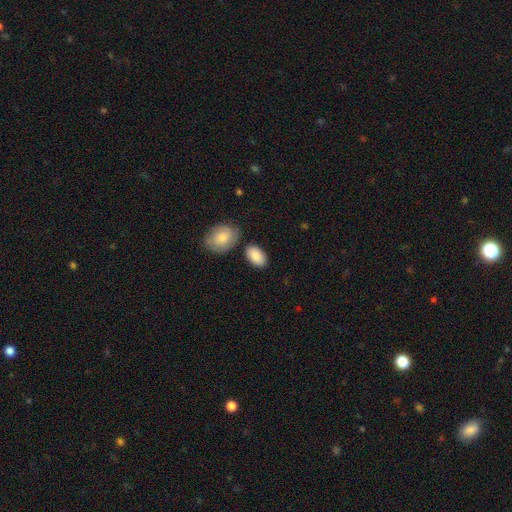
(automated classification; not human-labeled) A smooth galaxy with no disk features (87%) that is in between round and cigar-shaped (92%). Merging: none (76%).